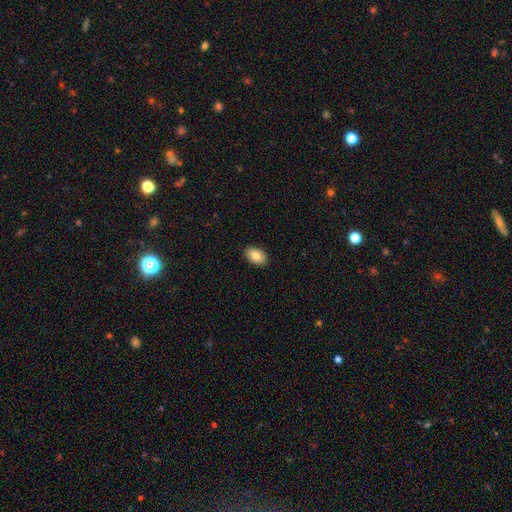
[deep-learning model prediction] smooth_or_featured: smooth (p=0.84) [alt: featured or disk p=0.08]
how_rounded: in between (p=0.88) [alt: round p=0.11]
merging: none (p=0.90) [alt: minor disturbance p=0.07]